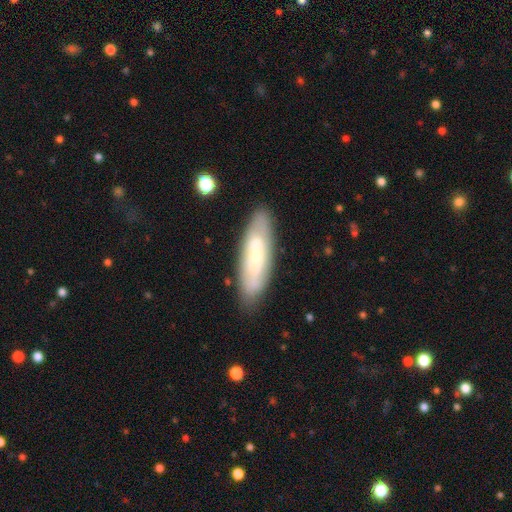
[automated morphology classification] This is possibly a smooth galaxy (52%). How rounded: possibly cigar-shaped (51%). Merging: clearly none (81%).